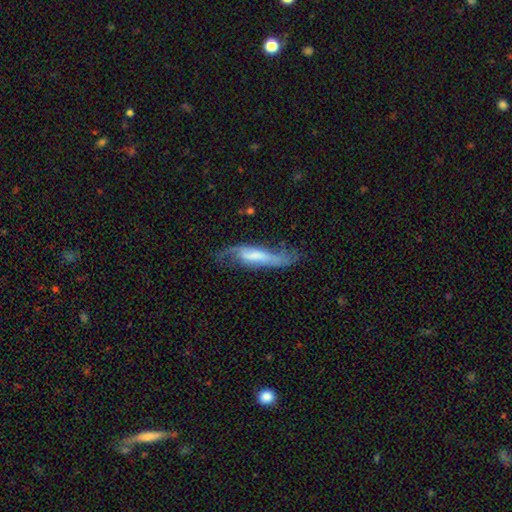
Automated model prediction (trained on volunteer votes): This is possibly a featured or disk galaxy (60%). It is likely not viewed edge-on (67%). Merging: marginally none (41%).